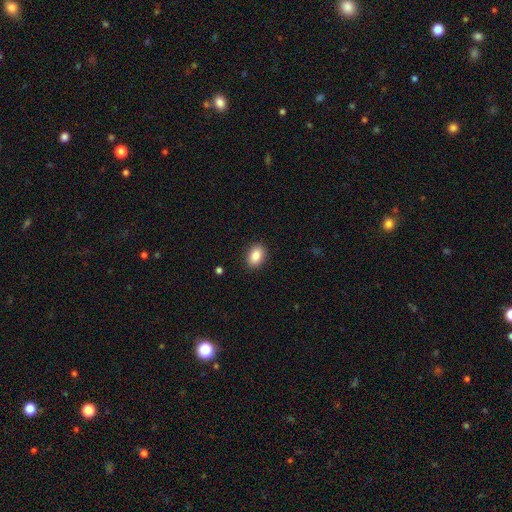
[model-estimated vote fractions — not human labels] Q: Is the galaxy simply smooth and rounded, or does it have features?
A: smooth — 87%.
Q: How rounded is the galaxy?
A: in between — 78%.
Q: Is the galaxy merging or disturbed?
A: none — 89%.